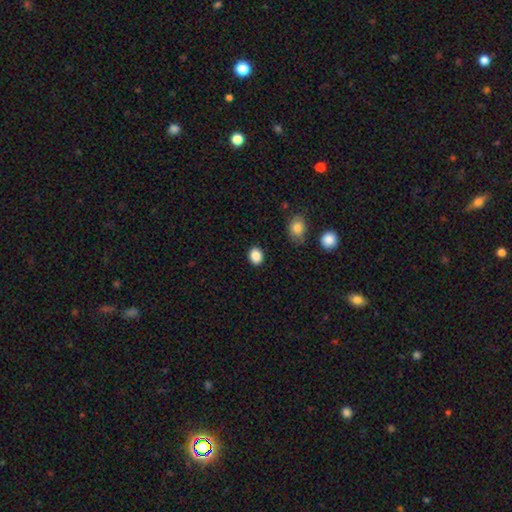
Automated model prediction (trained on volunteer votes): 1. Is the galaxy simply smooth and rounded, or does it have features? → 88% smooth, 9% star or artifact, 4% featured or disk.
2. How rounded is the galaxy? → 52% in between, 47% round, 1% cigar-shaped.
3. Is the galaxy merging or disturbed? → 89% none, 8% minor disturbance, 2% major disturbance, 2% merger.